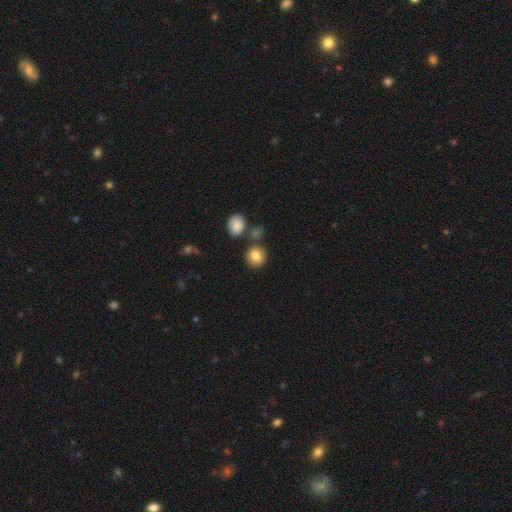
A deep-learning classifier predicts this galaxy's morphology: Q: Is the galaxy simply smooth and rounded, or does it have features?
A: smooth — 83%.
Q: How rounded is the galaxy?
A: round — 83%.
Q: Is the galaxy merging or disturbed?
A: none — 76%.